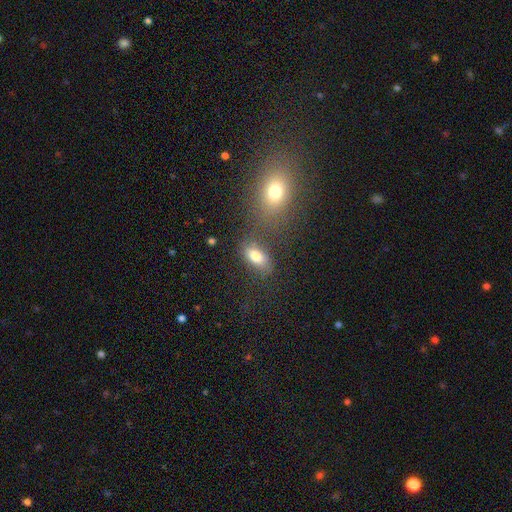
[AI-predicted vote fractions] smooth_or_featured: smooth (p=0.76) [alt: featured or disk p=0.13]
how_rounded: in between (p=0.86) [alt: round p=0.08]
merging: none (p=0.63) [alt: minor disturbance p=0.15]